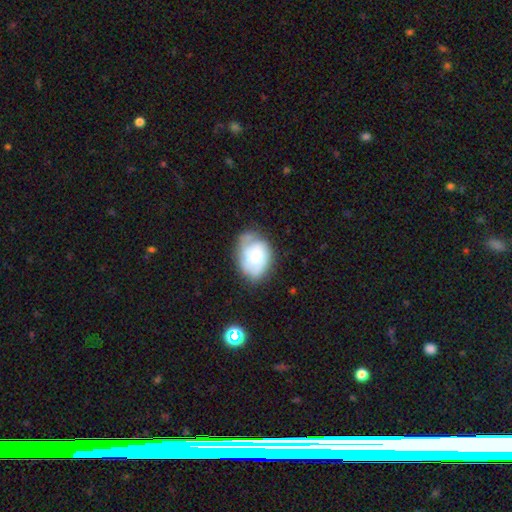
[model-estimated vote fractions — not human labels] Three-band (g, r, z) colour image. It shows a smooth galaxy with no disk features (48%). Merging: none (49%).